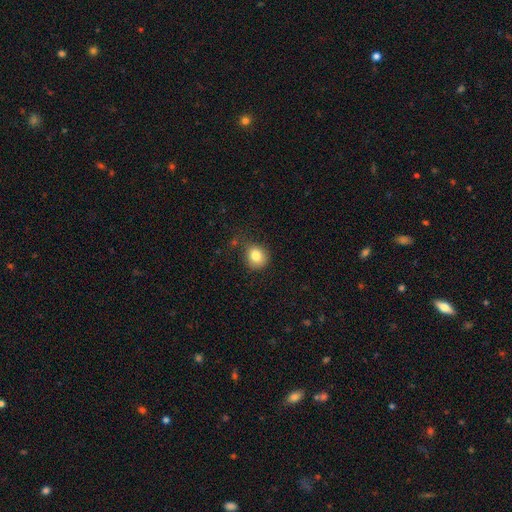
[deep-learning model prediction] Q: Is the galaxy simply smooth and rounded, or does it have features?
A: smooth — 82%.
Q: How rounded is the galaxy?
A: round — 80%.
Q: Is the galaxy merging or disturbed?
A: none — 69%.